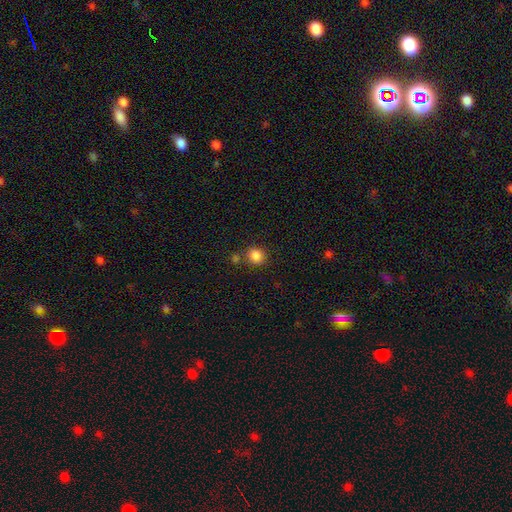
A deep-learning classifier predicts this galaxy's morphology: This is clearly a smooth galaxy (86%). How rounded: likely round (80%). Merging: likely none (75%).